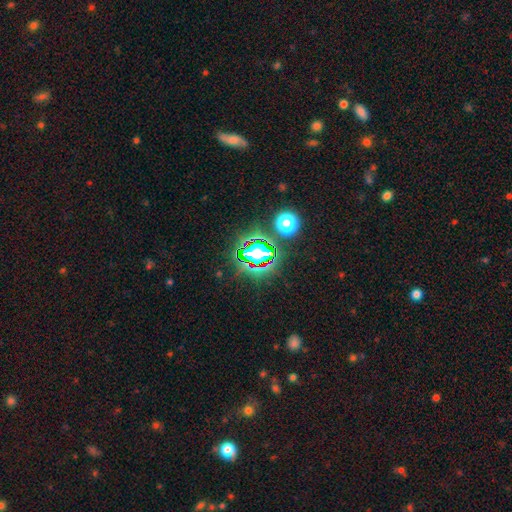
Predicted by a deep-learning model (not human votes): star or artifact 78%, smooth 14%, featured or disk 8%.